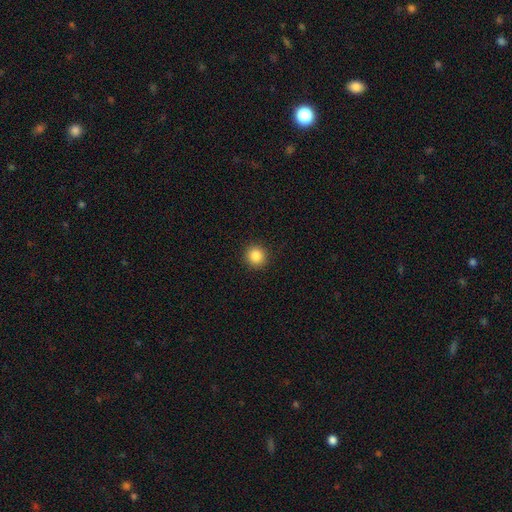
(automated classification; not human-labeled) Smooth or featured? Predicted: smooth (p=0.86). How rounded? Predicted: round (p=0.93). Merging? Predicted: none (p=0.92).